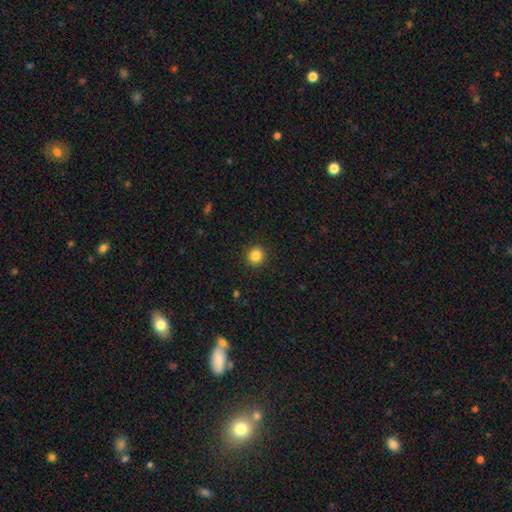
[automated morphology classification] This appears to be a smooth galaxy with no disk features (85%) that is round (93%). Merging: none (92%).